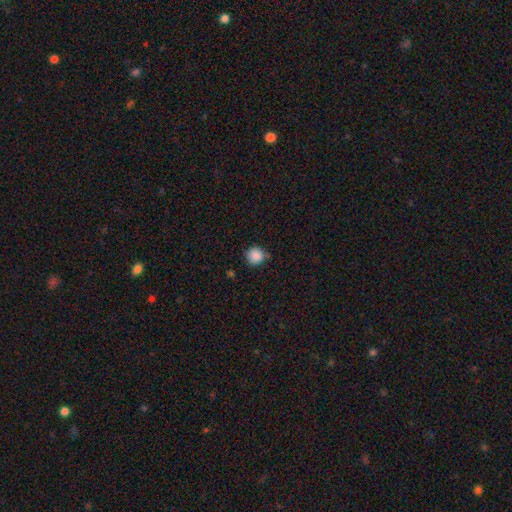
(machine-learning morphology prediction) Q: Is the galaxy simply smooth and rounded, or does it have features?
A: smooth — 87%.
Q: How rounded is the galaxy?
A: round — 91%.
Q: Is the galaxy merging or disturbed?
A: none — 74%.